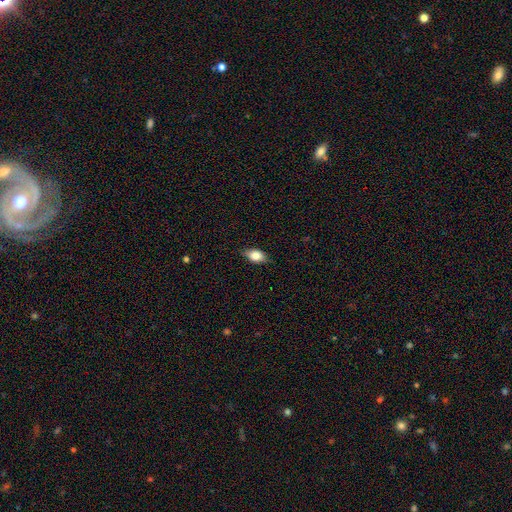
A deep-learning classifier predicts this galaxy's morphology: smooth_or_featured: smooth (p=0.77) [alt: featured or disk p=0.15]
how_rounded: in between (p=0.83) [alt: round p=0.13]
merging: none (p=0.78) [alt: minor disturbance p=0.18]